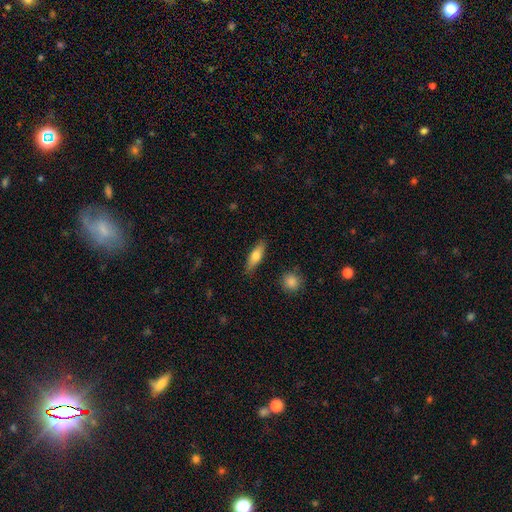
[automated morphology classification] smooth_or_featured: smooth (p=0.70) [alt: featured or disk p=0.23]
how_rounded: in between (p=0.54) [alt: cigar-shaped p=0.43]
merging: none (p=0.85) [alt: minor disturbance p=0.11]